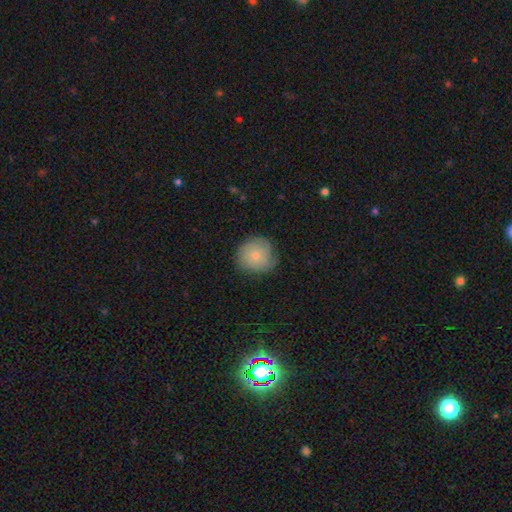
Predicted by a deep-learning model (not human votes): Smooth or featured? smooth (70%)
How rounded? round (87%)
Merging? none (72%)